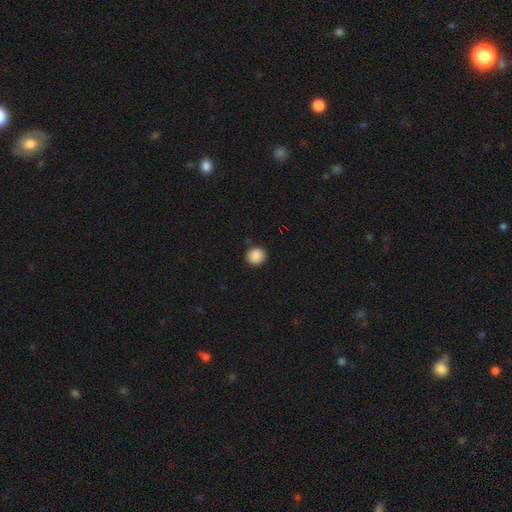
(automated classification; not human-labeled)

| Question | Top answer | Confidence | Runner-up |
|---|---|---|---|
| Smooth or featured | smooth | 89% | star or artifact (9%) |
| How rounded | round | 87% | in between (12%) |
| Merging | none | 89% | minor disturbance (8%) |